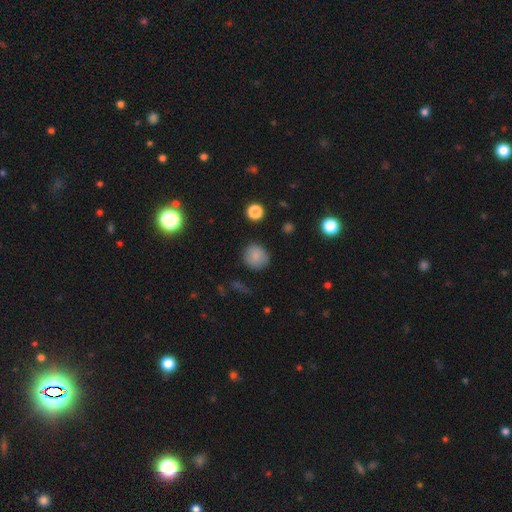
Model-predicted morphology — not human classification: Q: Smooth or featured?
A: smooth (83%); runner-up: star or artifact (11%)
Q: How rounded?
A: round (87%); runner-up: in between (12%)
Q: Merging?
A: none (84%); runner-up: minor disturbance (11%)